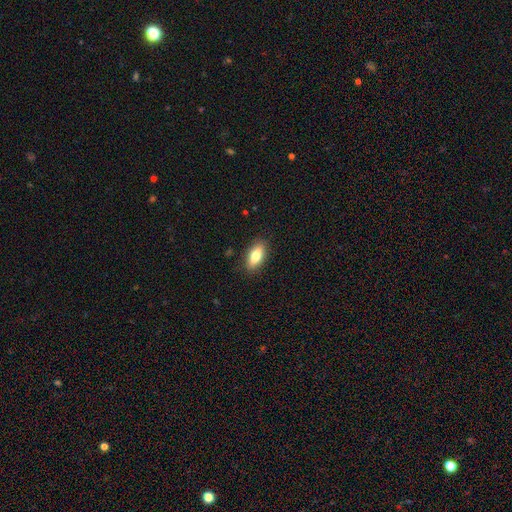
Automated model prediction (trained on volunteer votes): smooth 75%, featured or disk 17%, star or artifact 7%. Down the decision tree: how rounded — in between (82%); merging — none (88%).